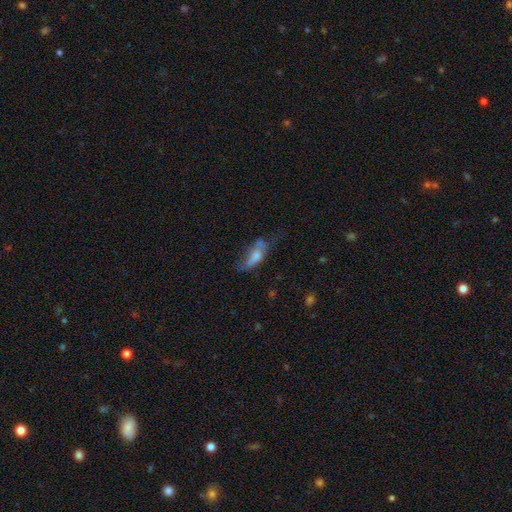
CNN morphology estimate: Smooth or featured? smooth (51%)
How rounded? in between (59%)
Merging? none (39%)